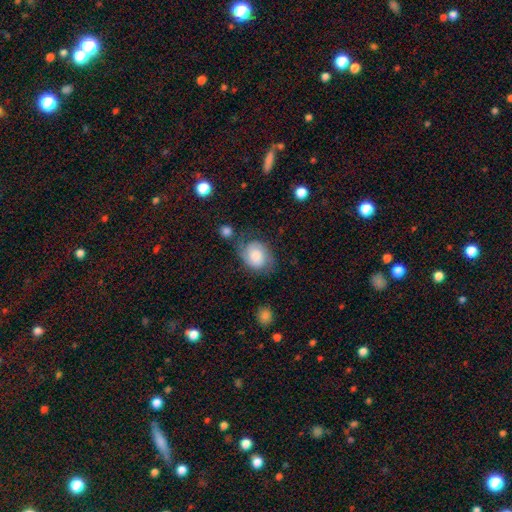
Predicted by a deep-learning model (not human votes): Smooth or featured? smooth (49%)
Merging? none (55%)